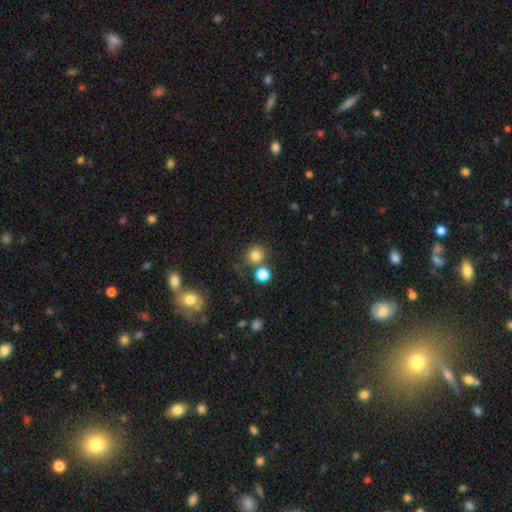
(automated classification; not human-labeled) Q: Smooth or featured?
A: smooth (79%); runner-up: star or artifact (14%)
Q: How rounded?
A: round (87%); runner-up: in between (12%)
Q: Merging?
A: none (69%); runner-up: merger (18%)